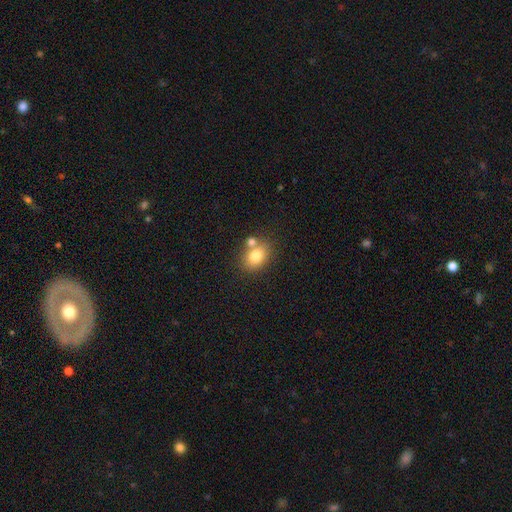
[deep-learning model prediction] smooth-or-featured: smooth: 79% | featured or disk: 11% | star or artifact: 10%
  how-rounded: in between: 63% | round: 36% | cigar-shaped: 1%
  merging: none: 60% | merger: 25% | minor disturbance: 12% | major disturbance: 4%